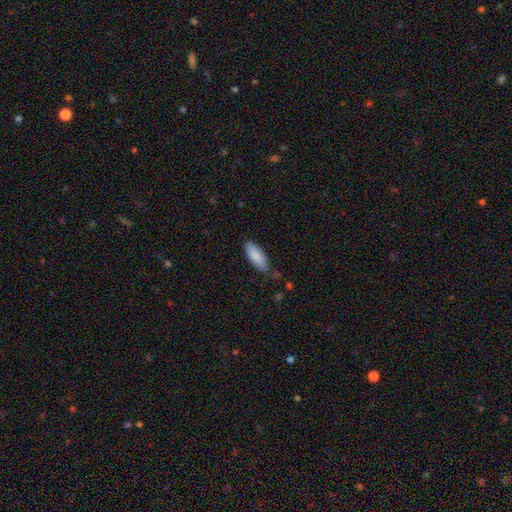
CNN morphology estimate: The model was most divided on "how rounded": in between: 76%, cigar-shaped: 22%, round: 2%. More confident: smooth or featured — smooth (86%); merging — none (81%).